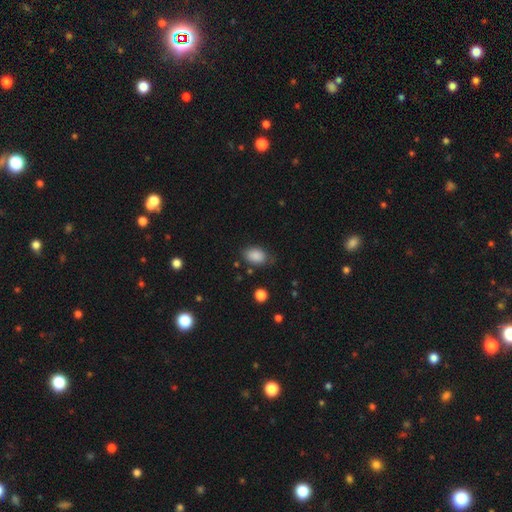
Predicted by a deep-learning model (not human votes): A smooth galaxy with no disk features (87%) that is in between round and cigar-shaped (84%).

Vote fractions:
- Smooth or featured? smooth: 87% / star or artifact: 9% / featured or disk: 4%
- How rounded? in between: 84% / round: 15% / cigar-shaped: 1%
- Merging? none: 73% / minor disturbance: 20% / major disturbance: 5% / merger: 2%